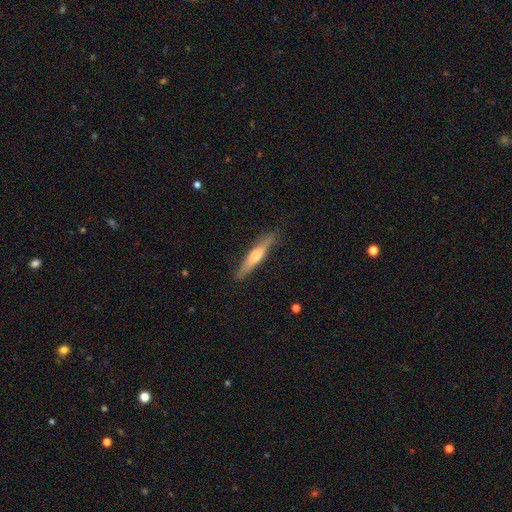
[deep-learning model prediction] Overall: smooth (49%; featured or disk 45%). Merging: none (85%).